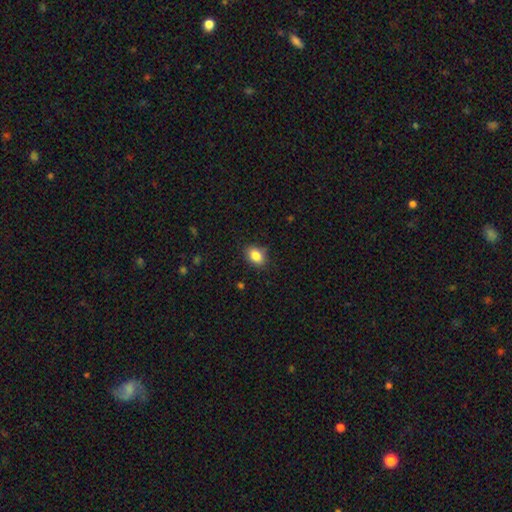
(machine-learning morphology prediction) Smooth or featured: smooth — 86% (star or artifact — 9%)
How rounded: in between — 76% (round — 23%)
Merging: none — 84% (minor disturbance — 12%)